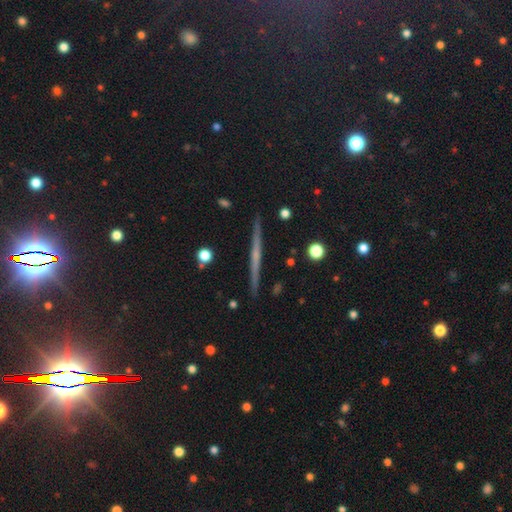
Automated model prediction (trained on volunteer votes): Smooth or featured?
  - featured or disk: 67% *
  - smooth: 23%
  - star or artifact: 10%
Edge-on disk?
  - yes: 98% *
  - no: 2%
Edge-on bulge?
  - none: 55% *
  - rounded: 37%
  - boxy: 8%
Merging?
  - none: 92% *
  - minor disturbance: 5%
  - merger: 1%
  - major disturbance: 1%